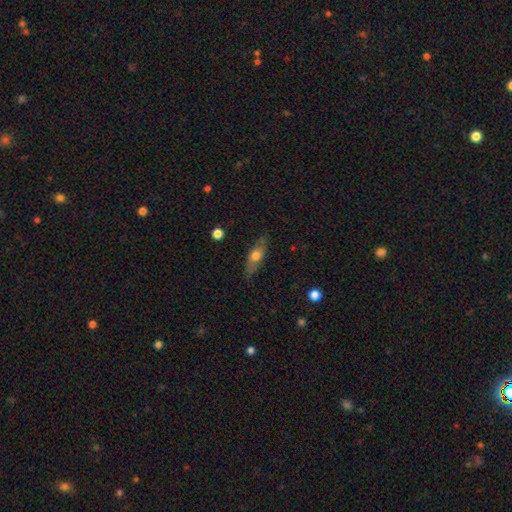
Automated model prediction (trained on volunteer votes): smooth 54%, featured or disk 39%, star or artifact 7%. Down the decision tree: how rounded — in between (57%); merging — none (79%).